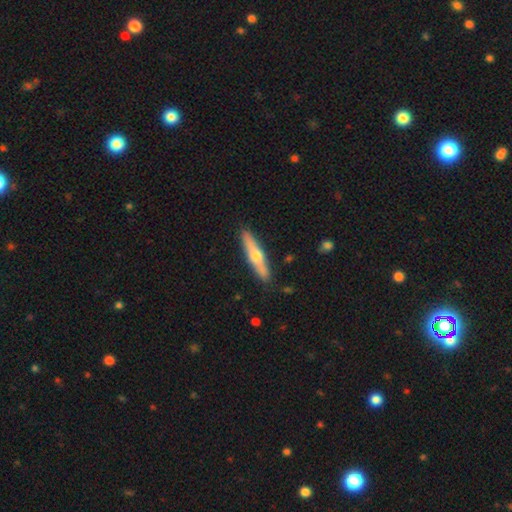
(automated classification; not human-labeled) Q: Smooth or featured?
A: featured or disk (54%); runner-up: smooth (41%)
Q: Edge-on disk?
A: yes (92%); runner-up: no (8%)
Q: Merging?
A: none (90%); runner-up: minor disturbance (8%)